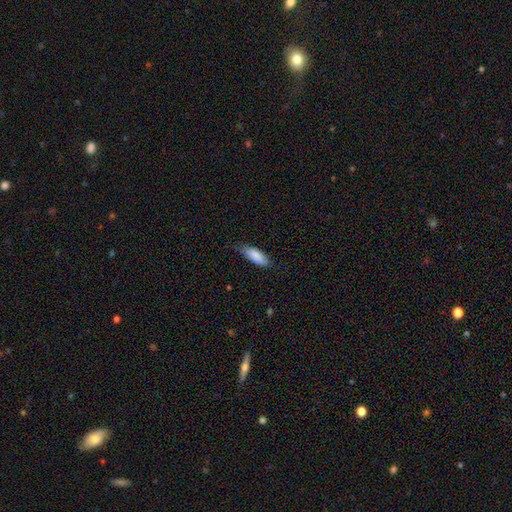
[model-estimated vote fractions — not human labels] smooth 87%, featured or disk 7%, star or artifact 6%. Down the decision tree: how rounded — in between (72%); merging — none (62%).